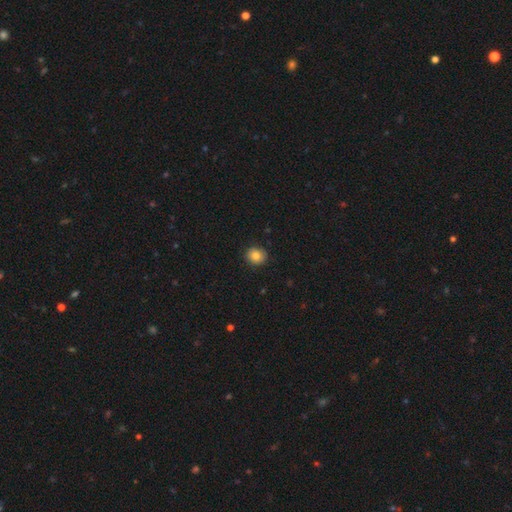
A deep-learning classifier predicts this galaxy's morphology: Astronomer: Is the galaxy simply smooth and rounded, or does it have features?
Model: smooth — 83%.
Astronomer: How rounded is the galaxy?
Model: round — 80%.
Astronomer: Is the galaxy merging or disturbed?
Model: none — 88%.